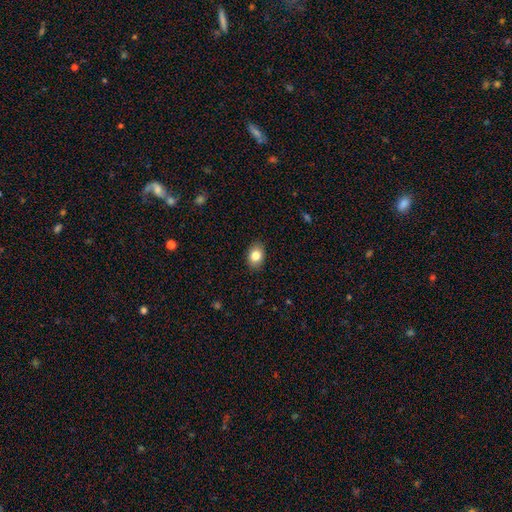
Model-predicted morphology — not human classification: Smooth or featured? smooth (83%)
How rounded? in between (76%)
Merging? none (88%)